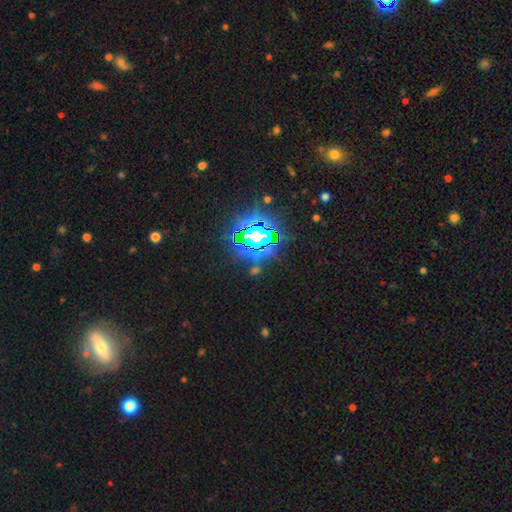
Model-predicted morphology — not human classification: A star or artifact, not a galaxy (83%).

Vote fractions:
- Smooth or featured? star or artifact: 83% / smooth: 10% / featured or disk: 8%